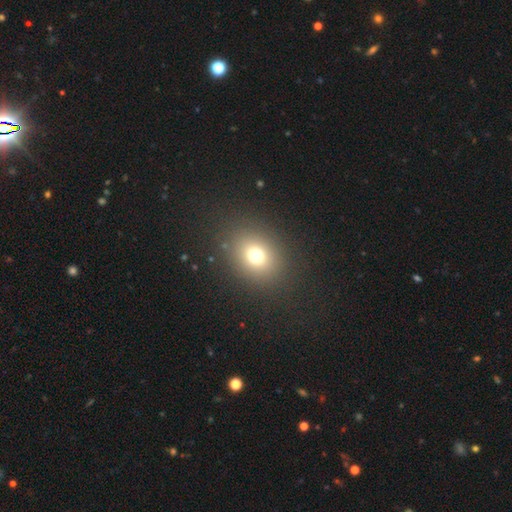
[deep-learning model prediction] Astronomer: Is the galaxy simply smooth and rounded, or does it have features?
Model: smooth — 72%.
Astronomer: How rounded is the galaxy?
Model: round — 59% (runner-up: in between, 40%).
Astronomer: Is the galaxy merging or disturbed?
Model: none — 87%.